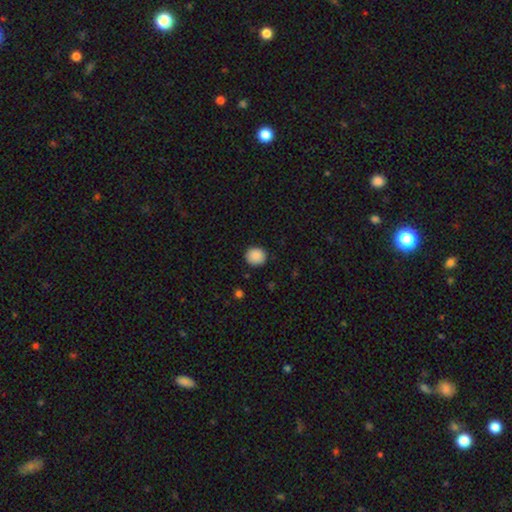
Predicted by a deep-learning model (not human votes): Morphology: type=smooth (89%); roundness=round (85%); merging=none (89%).